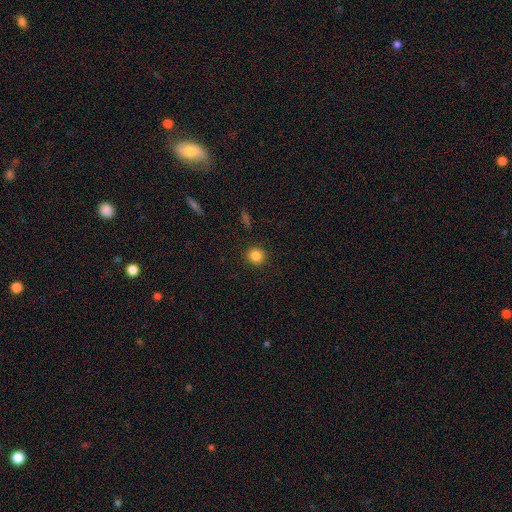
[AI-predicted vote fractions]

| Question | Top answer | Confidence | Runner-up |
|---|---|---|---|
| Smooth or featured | smooth | 84% | star or artifact (11%) |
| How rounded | round | 92% | in between (7%) |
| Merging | none | 92% | minor disturbance (5%) |